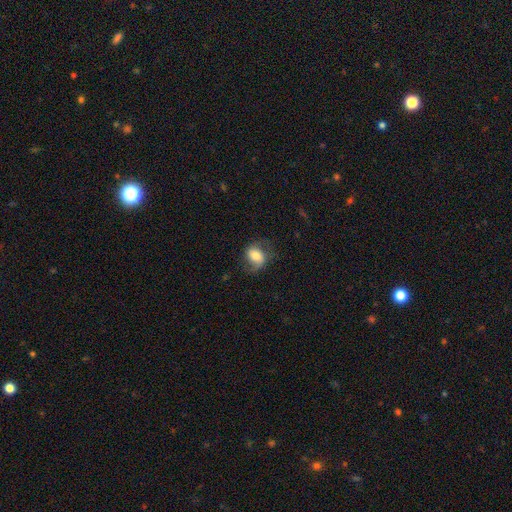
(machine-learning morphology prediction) The model was most divided on "how rounded": in between: 54%, round: 44%, cigar-shaped: 1%. More confident: merging — none (63%); smooth or featured — smooth (52%).